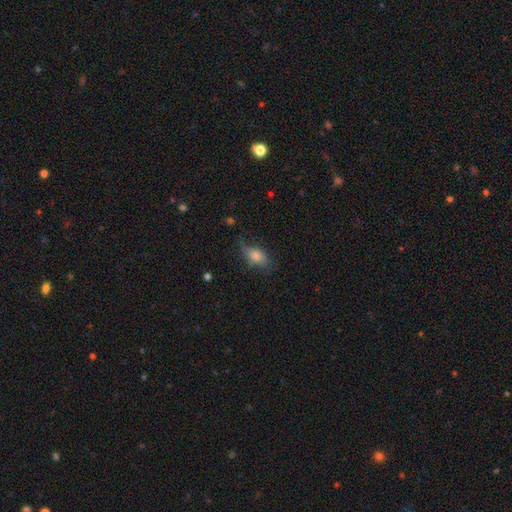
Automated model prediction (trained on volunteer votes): Overall: smooth (66%). How rounded: in between (83%). Merging: none (53%; minor disturbance 30%).